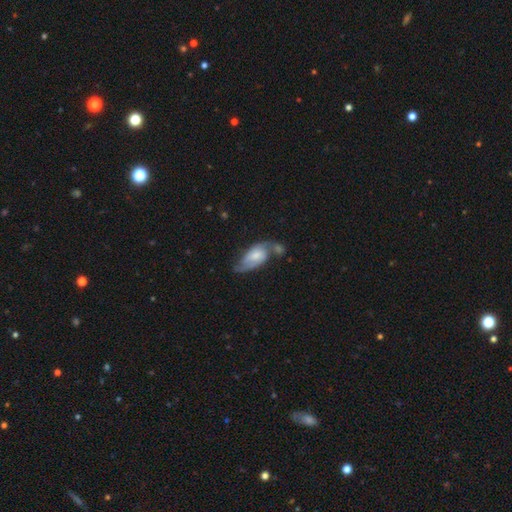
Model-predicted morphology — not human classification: Overall: featured or disk (66%; smooth 27%). Edge-on disk: no (94%). Bar: no (54%; weak 37%). Spiral arms: yes (90%). Spiral arm count: 2 (84%). Spiral winding: medium (44%; loose 38%). Bulge size: moderate (38%, tied with small). Merging: none (41%; minor disturbance 22%).